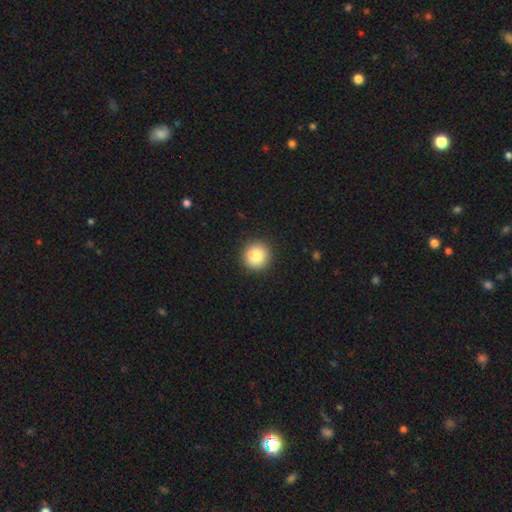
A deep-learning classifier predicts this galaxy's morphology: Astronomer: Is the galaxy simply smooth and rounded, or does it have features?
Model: smooth — 84%.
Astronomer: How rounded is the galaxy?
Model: round — 93%.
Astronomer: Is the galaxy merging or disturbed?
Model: none — 88%.